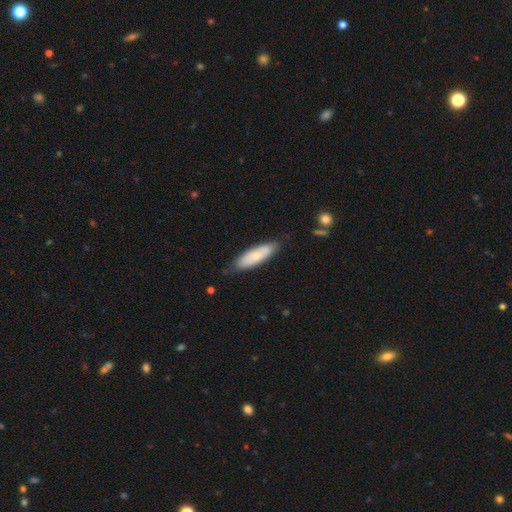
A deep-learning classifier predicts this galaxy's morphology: Smooth or featured: smooth — 71% (featured or disk — 23%)
How rounded: in between — 51% (cigar-shaped — 48%)
Merging: none — 78% (minor disturbance — 17%)